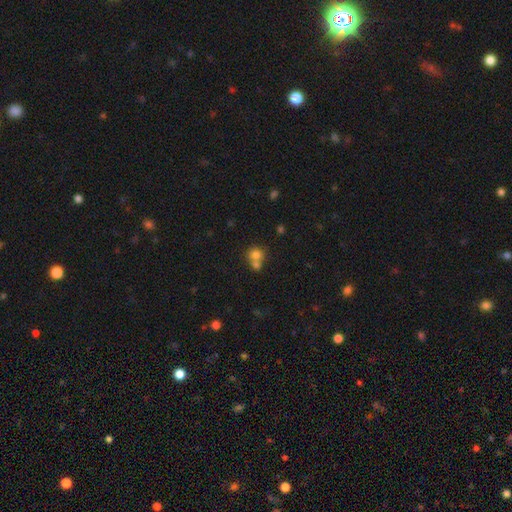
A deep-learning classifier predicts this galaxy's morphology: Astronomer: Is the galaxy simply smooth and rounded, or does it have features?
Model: smooth — 76%.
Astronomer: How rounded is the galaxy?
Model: round — 83%.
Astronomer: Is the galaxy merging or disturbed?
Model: merger — 50% (runner-up: none, 41%).